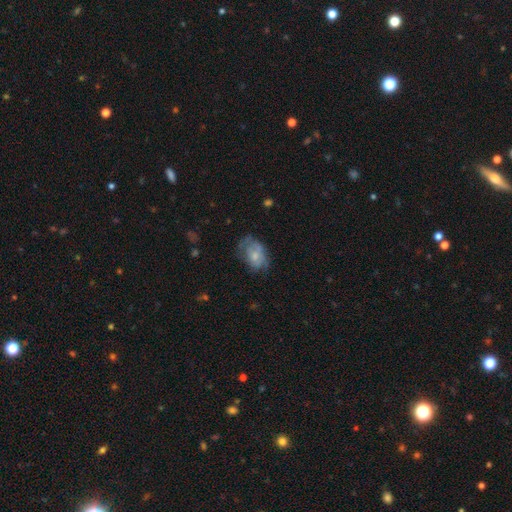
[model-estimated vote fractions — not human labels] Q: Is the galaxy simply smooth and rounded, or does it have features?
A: smooth — 49%.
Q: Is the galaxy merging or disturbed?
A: none — 44%.